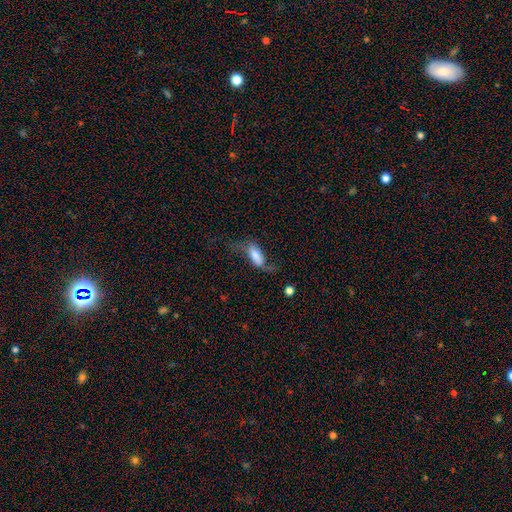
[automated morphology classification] This is possibly a smooth galaxy (57%). How rounded: likely in between (77%). Merging: marginally none (39%).